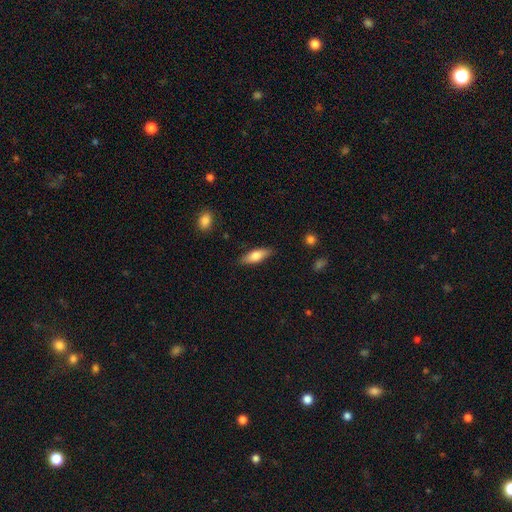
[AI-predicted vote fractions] Morphology: type=smooth (68%); roundness=in between (58%); merging=none (86%).